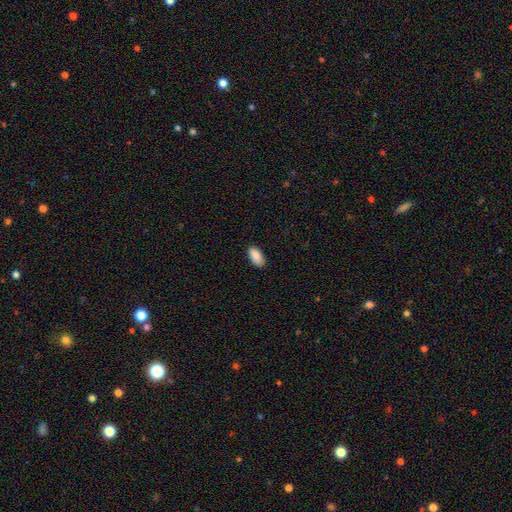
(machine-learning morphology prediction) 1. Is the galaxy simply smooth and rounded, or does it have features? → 90% smooth, 6% star or artifact, 3% featured or disk.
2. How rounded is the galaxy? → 93% in between, 5% cigar-shaped, 2% round.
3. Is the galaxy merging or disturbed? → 88% none, 9% minor disturbance, 2% major disturbance, 1% merger.